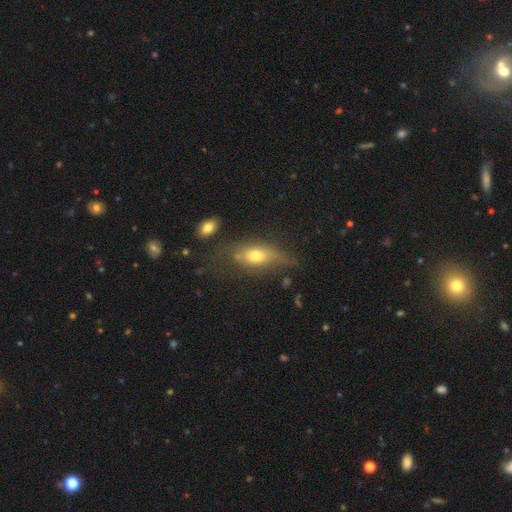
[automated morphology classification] This appears to be a smooth galaxy with no disk features (61%) that is in between round and cigar-shaped (74%). Merging: none (48%).